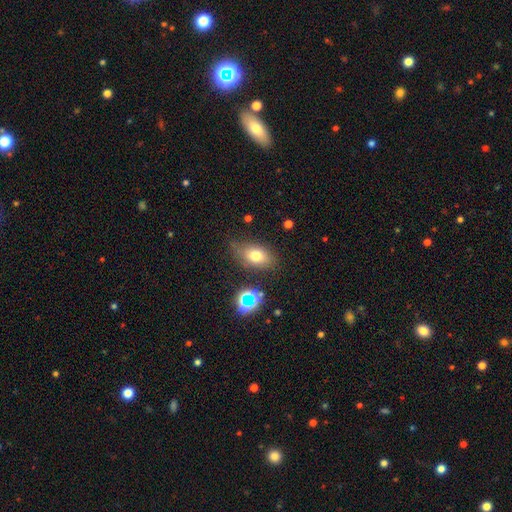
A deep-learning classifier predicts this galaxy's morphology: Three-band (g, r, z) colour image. It shows a smooth galaxy with no disk features (71%) that is in between round and cigar-shaped (80%). Merging: none (70%).